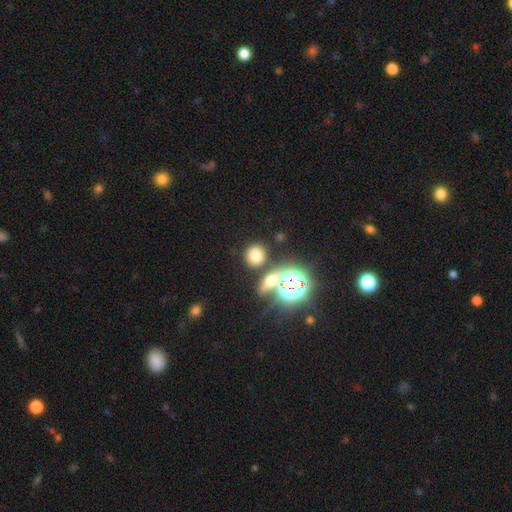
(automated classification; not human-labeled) A smooth galaxy with no disk features (70%) that is round (85%).

Vote fractions:
- Smooth or featured? smooth: 70% / star or artifact: 22% / featured or disk: 8%
- How rounded? round: 85% / in between: 14% / cigar-shaped: 1%
- Merging? none: 79% / merger: 10% / minor disturbance: 7% / major disturbance: 3%